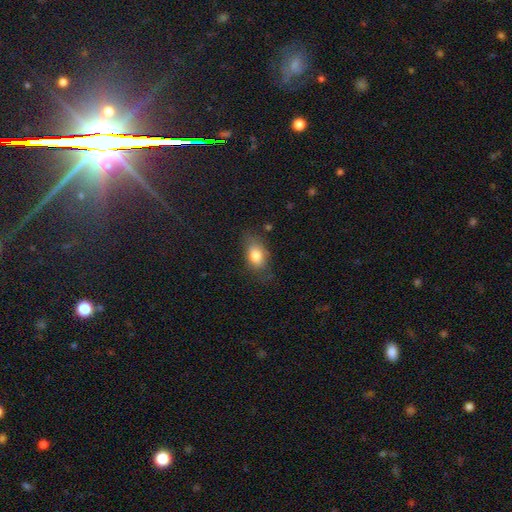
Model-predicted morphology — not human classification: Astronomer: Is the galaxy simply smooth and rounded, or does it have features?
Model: smooth — 79%.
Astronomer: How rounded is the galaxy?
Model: in between — 86%.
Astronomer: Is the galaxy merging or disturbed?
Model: none — 68%.